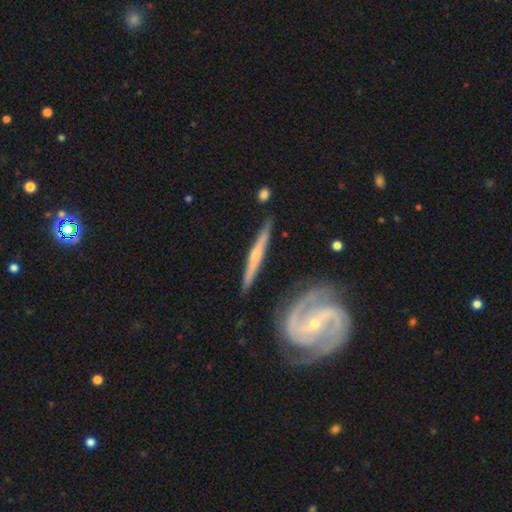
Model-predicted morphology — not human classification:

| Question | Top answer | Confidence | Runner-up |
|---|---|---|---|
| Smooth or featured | featured or disk | 77% | smooth (18%) |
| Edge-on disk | yes | 90% | no (10%) |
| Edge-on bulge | rounded | 66% | none (29%) |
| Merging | none | 86% | minor disturbance (10%) |